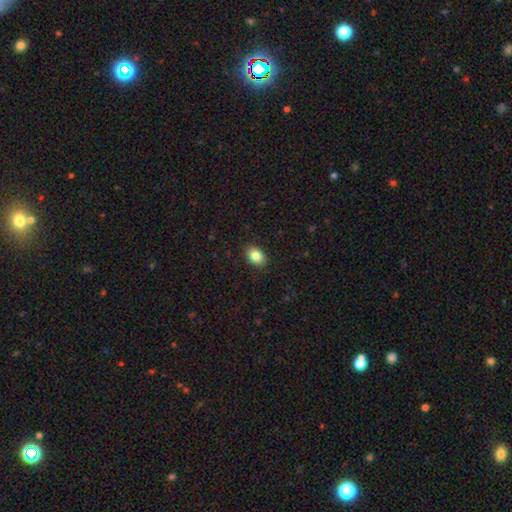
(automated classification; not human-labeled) smooth 85%, star or artifact 8%, featured or disk 7%. Down the decision tree: how rounded — in between (81%); merging — none (88%).